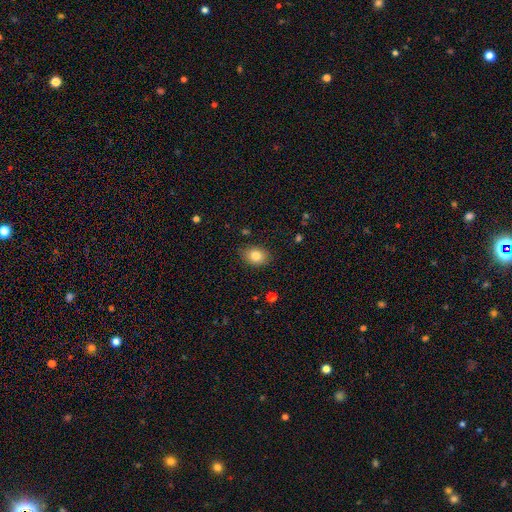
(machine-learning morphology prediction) A smooth galaxy with no disk features (83%) that is in between round and cigar-shaped (66%).

Vote fractions:
- Smooth or featured? smooth: 83% / star or artifact: 9% / featured or disk: 8%
- How rounded? in between: 66% / round: 33% / cigar-shaped: 1%
- Merging? none: 83% / minor disturbance: 13% / major disturbance: 3% / merger: 1%